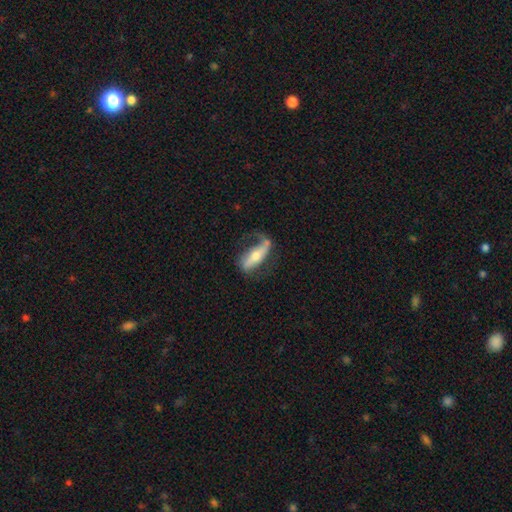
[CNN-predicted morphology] Smooth or featured?
  - featured or disk: 66% *
  - smooth: 28%
  - star or artifact: 6%
Edge-on disk?
  - no: 63% *
  - yes: 37%
Merging?
  - none: 50% *
  - major disturbance: 23%
  - minor disturbance: 23%
  - merger: 4%